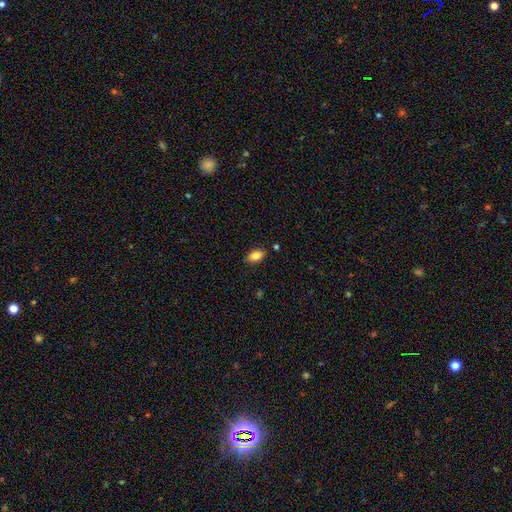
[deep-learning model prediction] Smooth or featured?
  - smooth: 83% *
  - featured or disk: 9%
  - star or artifact: 8%
How rounded?
  - in between: 90% *
  - round: 6%
  - cigar-shaped: 4%
Merging?
  - none: 85% *
  - minor disturbance: 11%
  - major disturbance: 2%
  - merger: 2%